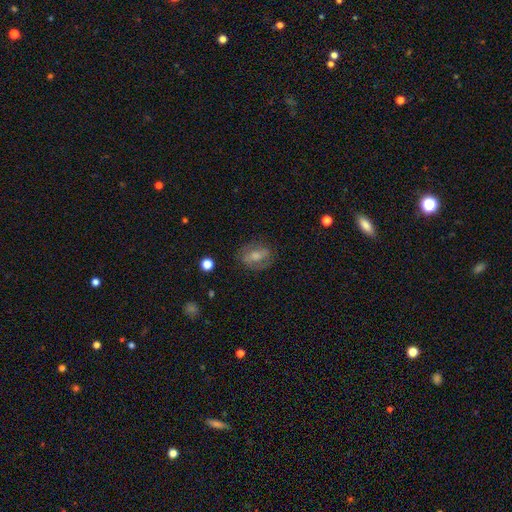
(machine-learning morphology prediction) Smooth or featured? Predicted: smooth (p=0.59). How rounded? Predicted: in between (p=0.73). Merging? Predicted: none (p=0.71).